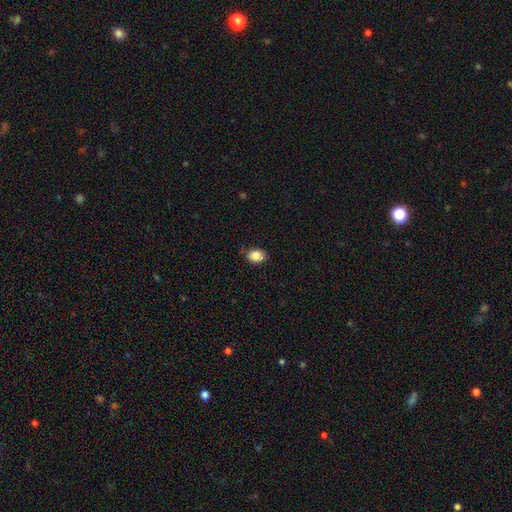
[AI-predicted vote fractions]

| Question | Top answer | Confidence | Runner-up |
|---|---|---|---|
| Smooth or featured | smooth | 85% | star or artifact (9%) |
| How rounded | in between | 56% | round (43%) |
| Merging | none | 78% | minor disturbance (17%) |